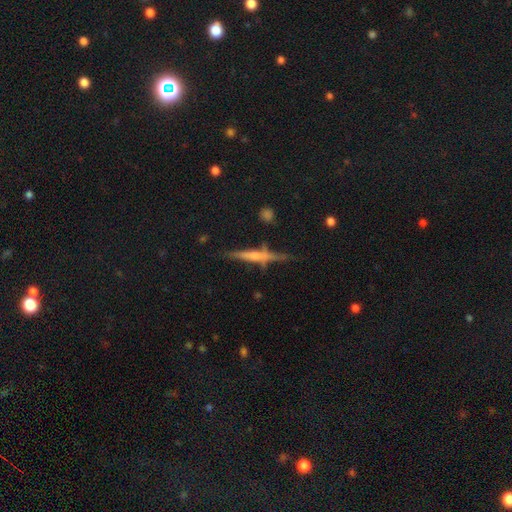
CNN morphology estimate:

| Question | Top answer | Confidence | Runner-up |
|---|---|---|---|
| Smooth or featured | featured or disk | 59% | smooth (33%) |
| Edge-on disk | yes | 95% | no (5%) |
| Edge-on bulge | rounded | 60% | none (29%) |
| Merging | none | 71% | minor disturbance (17%) |